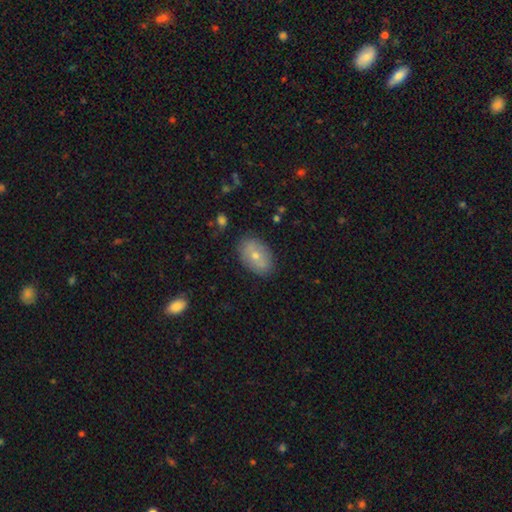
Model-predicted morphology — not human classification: smooth 62%, featured or disk 29%, star or artifact 8%. Down the decision tree: how rounded — in between (85%); merging — none (82%).